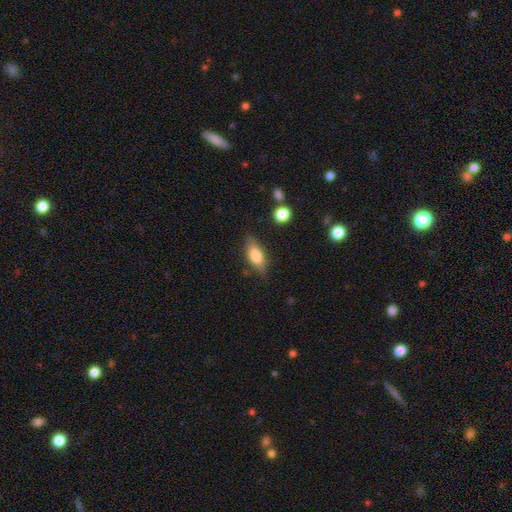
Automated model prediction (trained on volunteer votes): Q: Smooth or featured?
A: smooth (74%); runner-up: featured or disk (19%)
Q: How rounded?
A: in between (77%); runner-up: cigar-shaped (19%)
Q: Merging?
A: none (77%); runner-up: minor disturbance (17%)